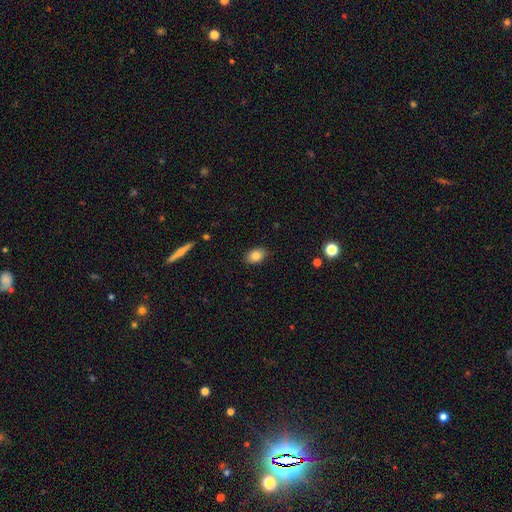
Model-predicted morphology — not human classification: A smooth galaxy with no disk features (82%) that is in between round and cigar-shaped (82%). Merging: none (87%).